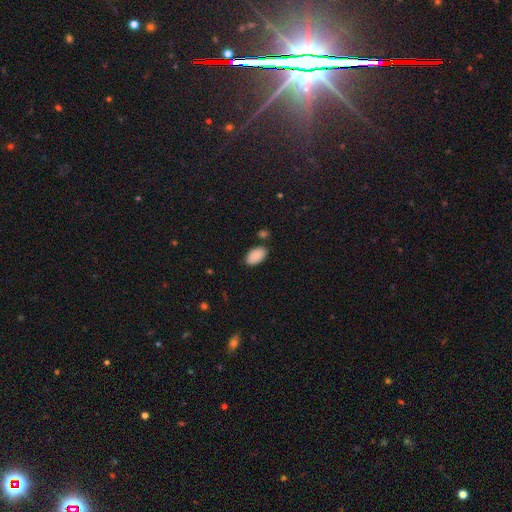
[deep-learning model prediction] Overall: smooth (89%). How rounded: in between (95%). Merging: none (79%).